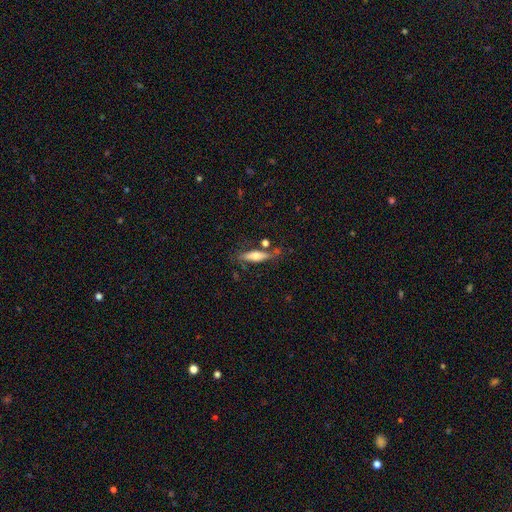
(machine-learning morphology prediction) Overall: smooth (58%; featured or disk 35%). How rounded: cigar-shaped (58%; in between 39%). Merging: none (66%).